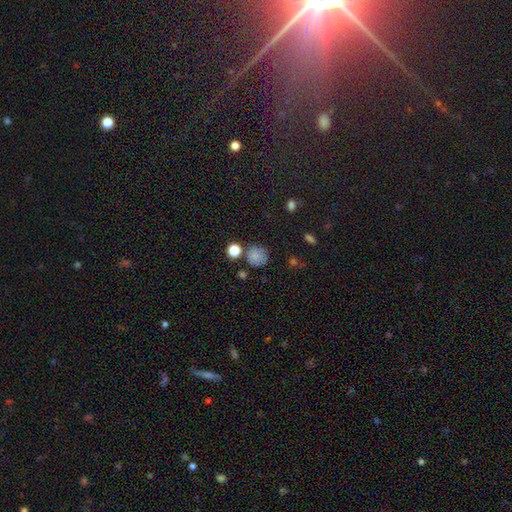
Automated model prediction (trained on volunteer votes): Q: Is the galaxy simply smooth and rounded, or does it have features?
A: smooth — 80%.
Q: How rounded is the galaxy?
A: round — 87%.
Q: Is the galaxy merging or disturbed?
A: none — 72%.